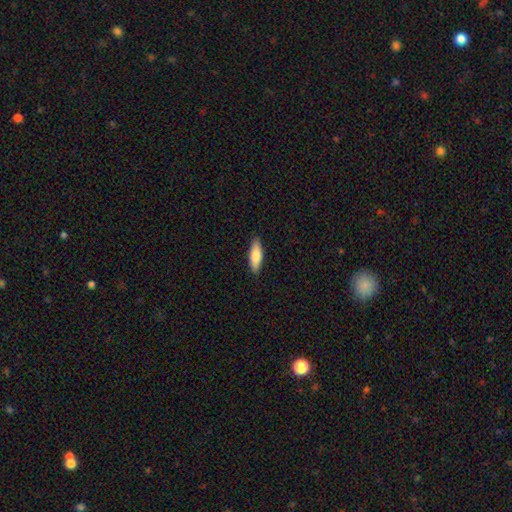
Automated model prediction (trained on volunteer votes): smooth_or_featured: smooth (p=0.77) [alt: featured or disk p=0.17]
how_rounded: in between (p=0.54) [alt: cigar-shaped p=0.44]
merging: none (p=0.88) [alt: minor disturbance p=0.09]